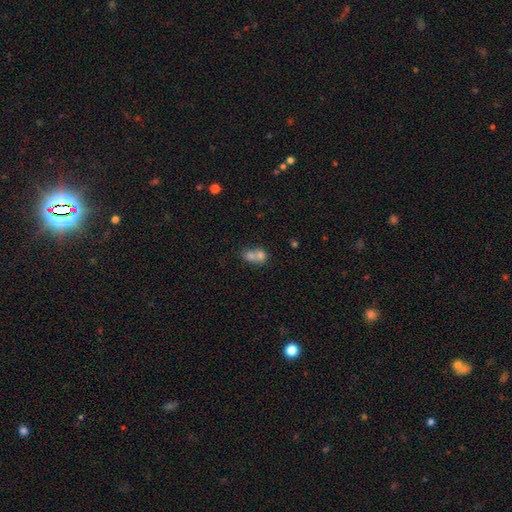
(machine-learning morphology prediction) smooth 71%, featured or disk 18%, star or artifact 11%. Down the decision tree: how rounded — round (59%); merging — merger (72%).